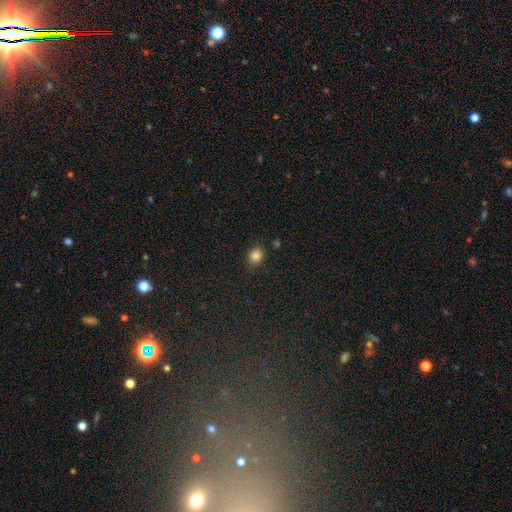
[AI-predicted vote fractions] smooth_or_featured: smooth (p=0.83) [alt: star or artifact p=0.12]
how_rounded: round (p=0.54) [alt: in between p=0.45]
merging: none (p=0.83) [alt: minor disturbance p=0.12]